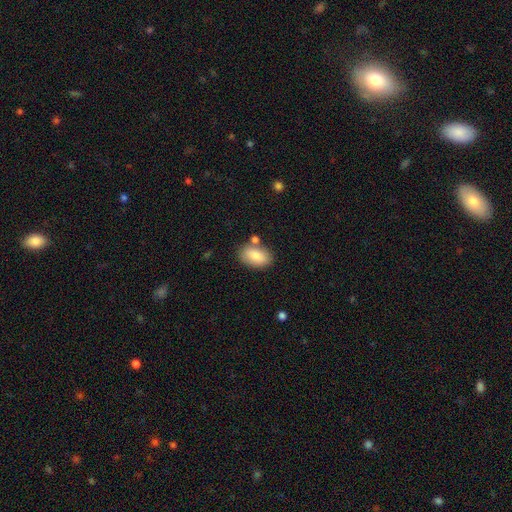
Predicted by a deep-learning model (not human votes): The model was most divided on "merging": none: 74%, minor disturbance: 13%, merger: 10%, major disturbance: 3%. More confident: how rounded — in between (91%); smooth or featured — smooth (82%).